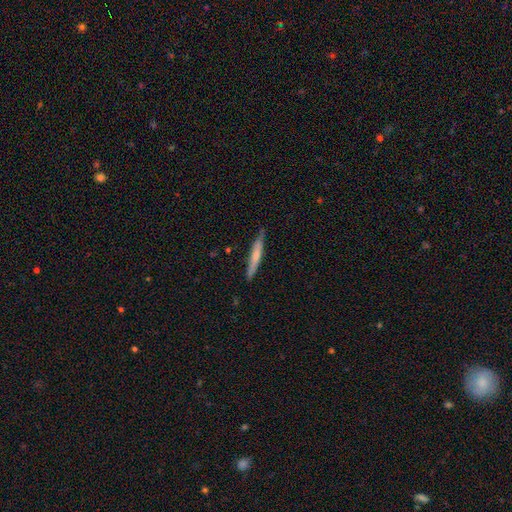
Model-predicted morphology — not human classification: This is possibly a smooth galaxy (55%). How rounded: clearly cigar-shaped (94%). Merging: clearly none (83%).